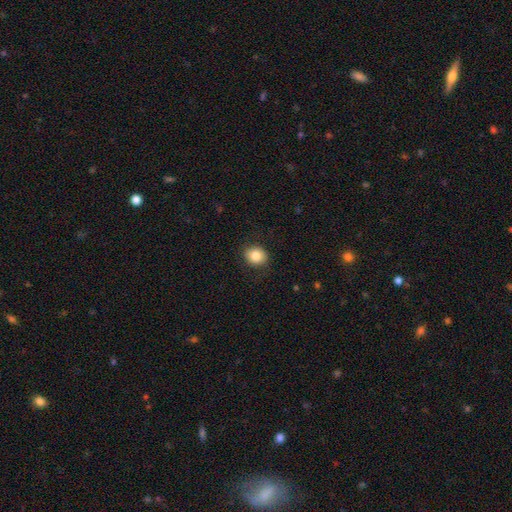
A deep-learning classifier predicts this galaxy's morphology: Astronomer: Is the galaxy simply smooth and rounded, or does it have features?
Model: smooth — 83%.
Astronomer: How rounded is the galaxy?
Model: round — 72%.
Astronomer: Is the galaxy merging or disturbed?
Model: none — 86%.